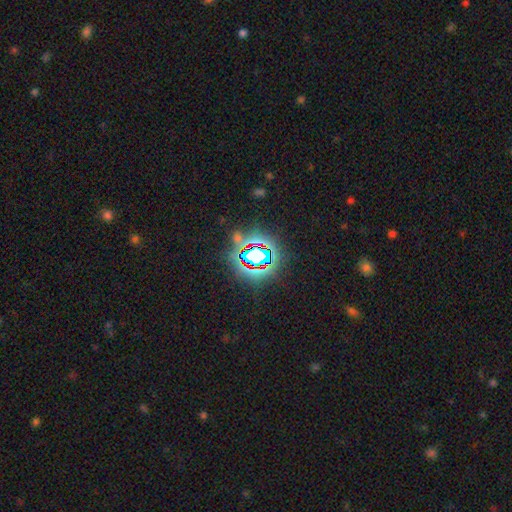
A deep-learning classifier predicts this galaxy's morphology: A star or artifact, not a galaxy (73%).